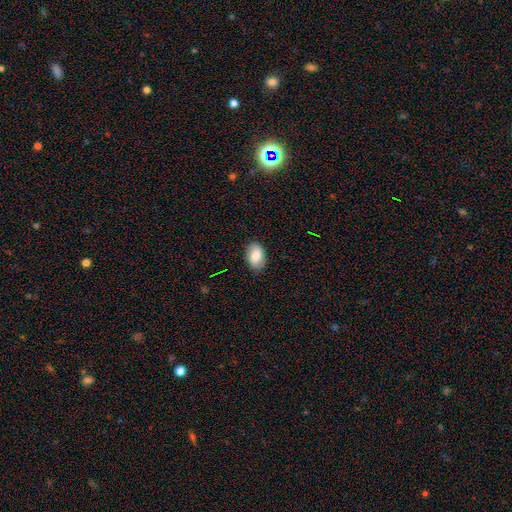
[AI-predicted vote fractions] A smooth galaxy with no disk features (80%) that is in between round and cigar-shaped (87%).

Vote fractions:
- Smooth or featured? smooth: 80% / featured or disk: 13% / star or artifact: 7%
- How rounded? in between: 87% / round: 12% / cigar-shaped: 1%
- Merging? none: 85% / minor disturbance: 11% / major disturbance: 2% / merger: 1%